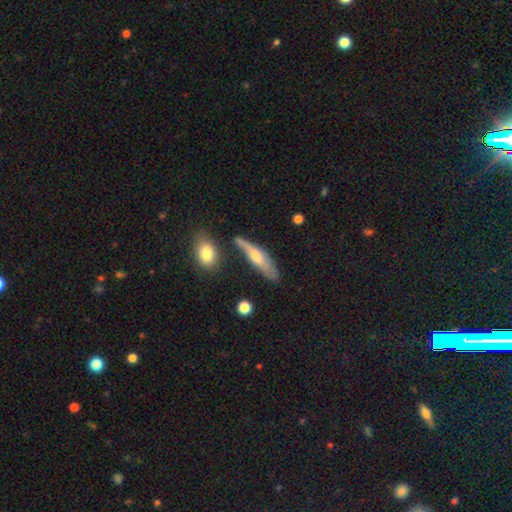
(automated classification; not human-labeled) This is possibly a smooth galaxy (50%). Merging: possibly none (57%).